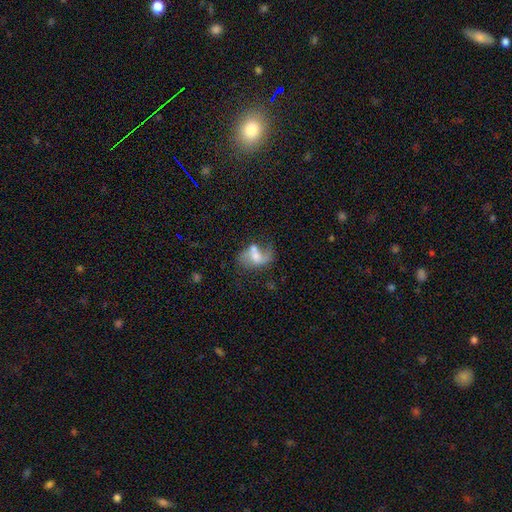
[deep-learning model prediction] Q: Smooth or featured?
A: featured or disk (63%); runner-up: smooth (27%)
Q: Edge-on disk?
A: no (96%); runner-up: yes (4%)
Q: Bar?
A: no (42%); runner-up: weak (41%)
Q: Spiral arms?
A: yes (79%); runner-up: no (21%)
Q: Bulge size?
A: moderate (49%); runner-up: small (28%)
Q: Merging?
A: none (37%); runner-up: merger (26%)